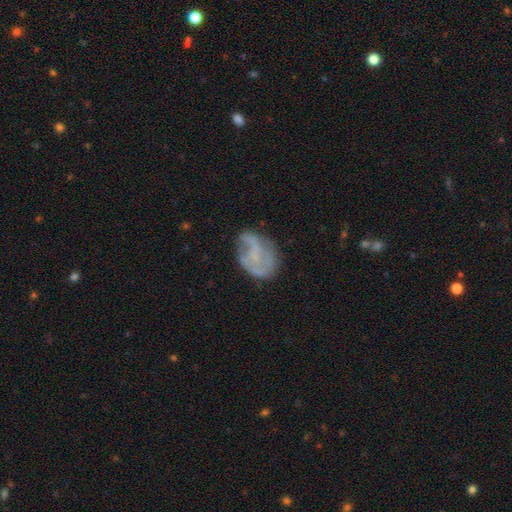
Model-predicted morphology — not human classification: Overall: featured or disk (64%; smooth 27%). Edge-on disk: no (97%). Bar: no (63%; weak 29%). Spiral arms: yes (70%; no 30%). Bulge size: none (51%; small 36%). Merging: none (57%; minor disturbance 24%).